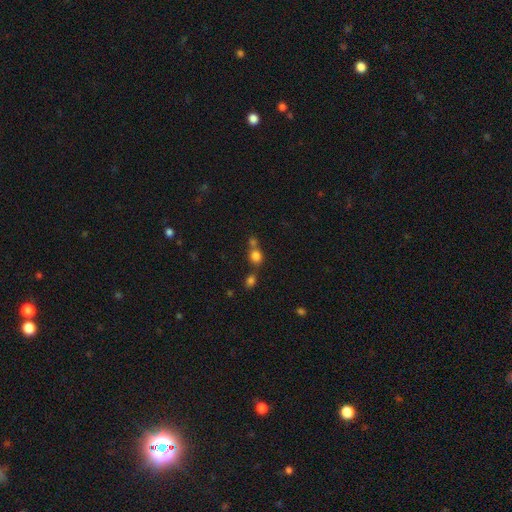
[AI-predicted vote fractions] This is likely a smooth galaxy (77%). How rounded: likely round (75%). Merging: possibly none (52%).